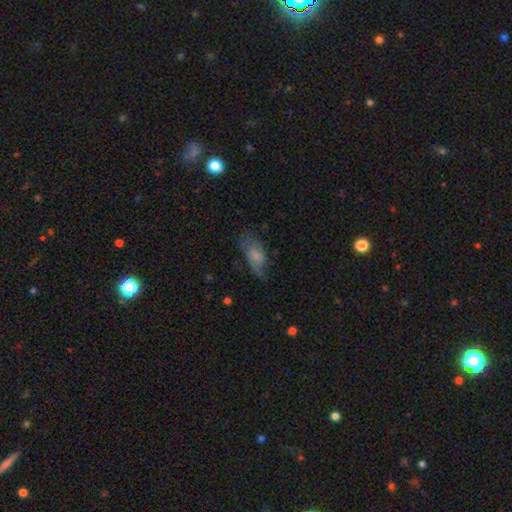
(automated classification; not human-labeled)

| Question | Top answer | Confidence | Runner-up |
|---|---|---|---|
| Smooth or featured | smooth | 53% | featured or disk (39%) |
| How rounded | in between | 87% | cigar-shaped (9%) |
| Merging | none | 52% | minor disturbance (29%) |